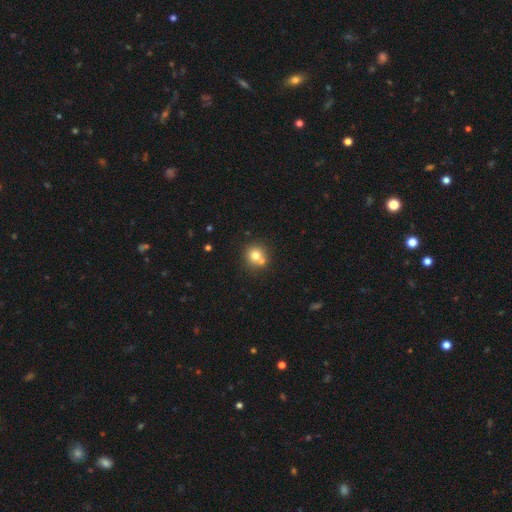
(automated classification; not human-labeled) smooth_or_featured: smooth (p=0.75) [alt: featured or disk p=0.13]
how_rounded: round (p=0.87) [alt: in between p=0.12]
merging: none (p=0.59) [alt: merger p=0.27]